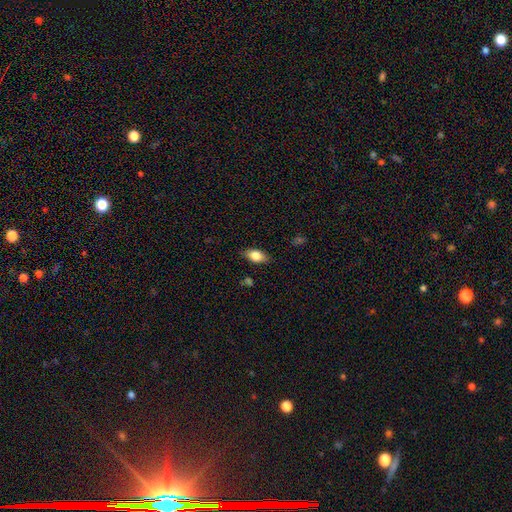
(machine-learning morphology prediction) smooth-or-featured: smooth: 77% | featured or disk: 16% | star or artifact: 7%
  how-rounded: in between: 88% | cigar-shaped: 6% | round: 6%
  merging: none: 84% | minor disturbance: 12% | major disturbance: 2% | merger: 1%